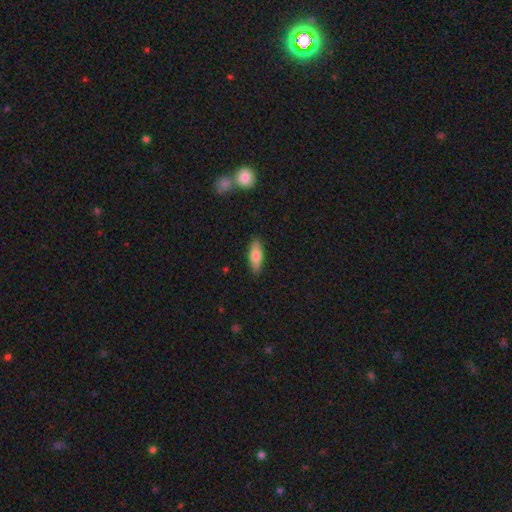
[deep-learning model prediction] smooth-or-featured: smooth: 73% | featured or disk: 20% | star or artifact: 6%
  how-rounded: in between: 58% | cigar-shaped: 39% | round: 2%
  merging: none: 88% | minor disturbance: 9% | major disturbance: 2% | merger: 1%